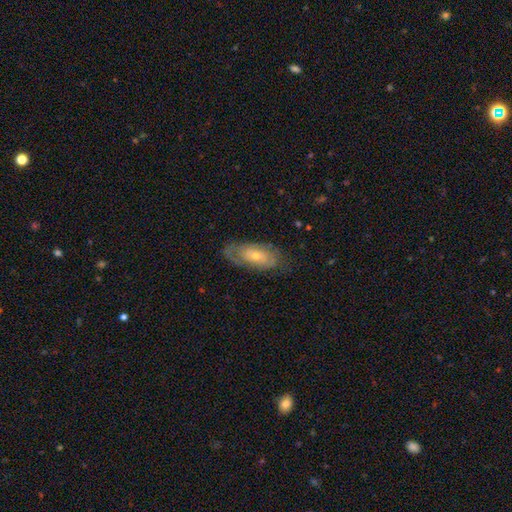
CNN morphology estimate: Smooth or featured?
  - featured or disk: 61% *
  - smooth: 32%
  - star or artifact: 7%
Edge-on disk?
  - no: 89% *
  - yes: 11%
Bar?
  - no: 74% *
  - weak: 22%
  - strong: 4%
Spiral arms?
  - yes: 73% *
  - no: 27%
Bulge size?
  - small: 58% *
  - moderate: 37%
  - large: 2%
  - none: 2%
  - dominant: 1%
Merging?
  - none: 64% *
  - minor disturbance: 23%
  - major disturbance: 12%
  - merger: 1%